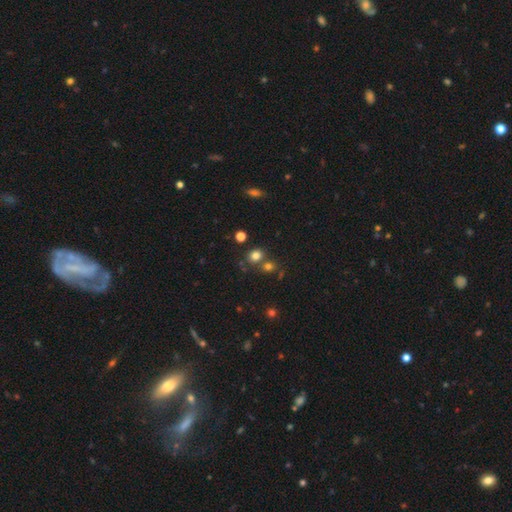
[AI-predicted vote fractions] Overall: smooth (77%). How rounded: round (72%). Merging: none (66%).